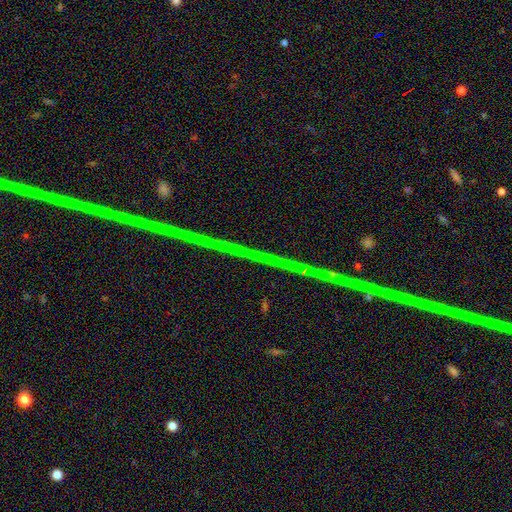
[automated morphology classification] The model was most divided on "smooth or featured": star or artifact: 76%, featured or disk: 15%, smooth: 8%.